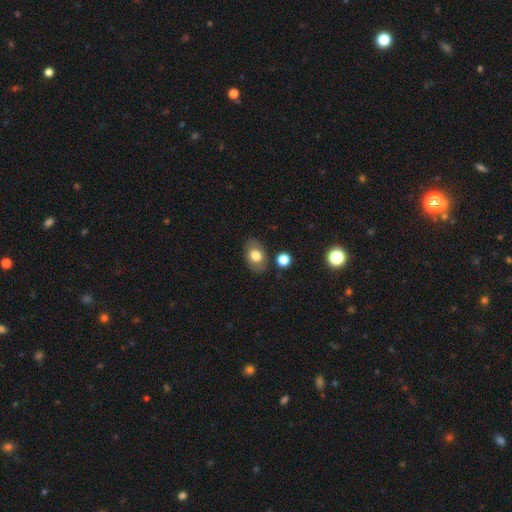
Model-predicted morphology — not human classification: A smooth galaxy with no disk features (74%) that is in between round and cigar-shaped (81%).

Vote fractions:
- Smooth or featured? smooth: 74% / featured or disk: 18% / star or artifact: 8%
- How rounded? in between: 81% / round: 18% / cigar-shaped: 1%
- Merging? none: 80% / minor disturbance: 13% / merger: 4% / major disturbance: 3%